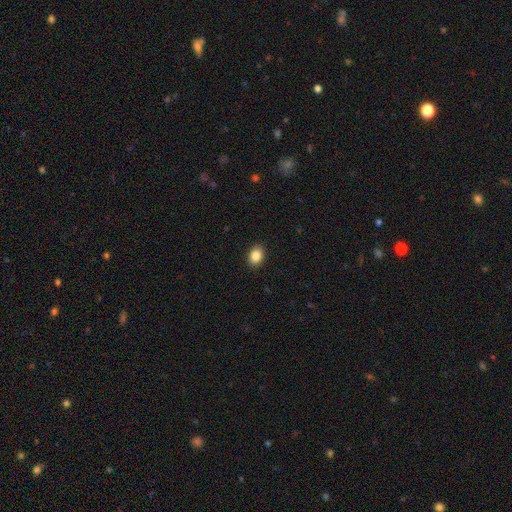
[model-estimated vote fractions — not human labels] smooth 87%, star or artifact 9%, featured or disk 4%. Down the decision tree: how rounded — in between (72%); merging — none (90%).